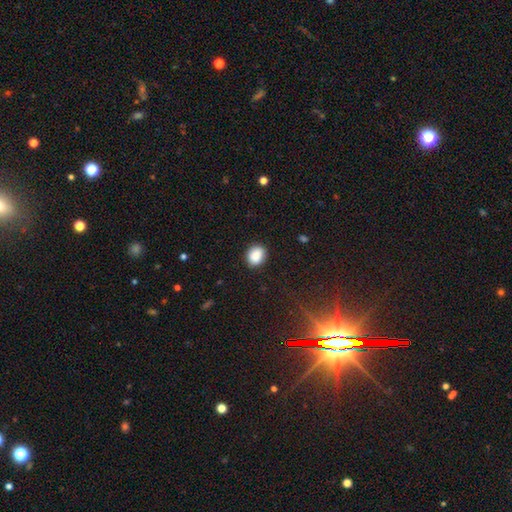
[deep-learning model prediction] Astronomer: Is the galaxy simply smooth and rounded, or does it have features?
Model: smooth — 88%.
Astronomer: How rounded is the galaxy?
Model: round — 50% (runner-up: in between, 49%).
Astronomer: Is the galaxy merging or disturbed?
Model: none — 85%.